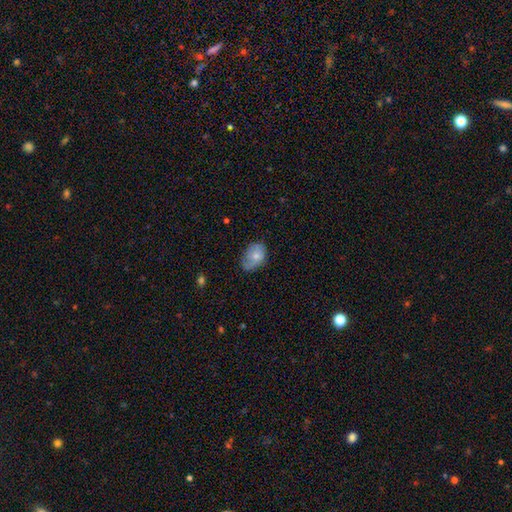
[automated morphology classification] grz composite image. It shows a smooth galaxy with no disk features (60%) that is in between round and cigar-shaped (77%). Merging: none (48%).